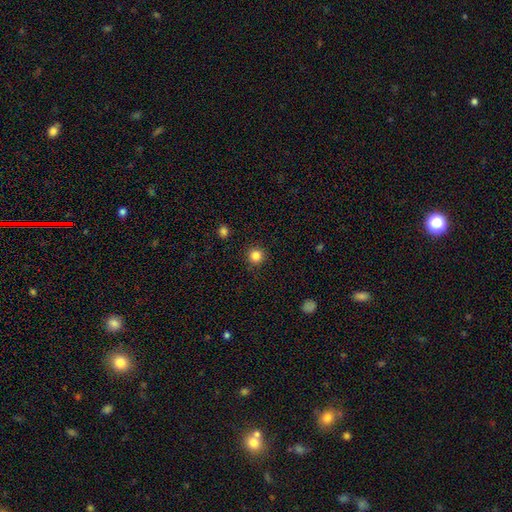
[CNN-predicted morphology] type=smooth (84%); roundness=round (95%); merging=none (91%).